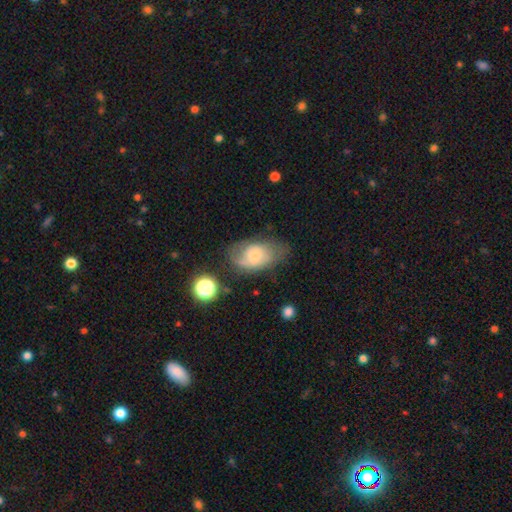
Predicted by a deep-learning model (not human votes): The model was most divided on "merging": none: 49%, minor disturbance: 29%, major disturbance: 19%, merger: 4%. More confident: how rounded — in between (85%); smooth or featured — smooth (55%).